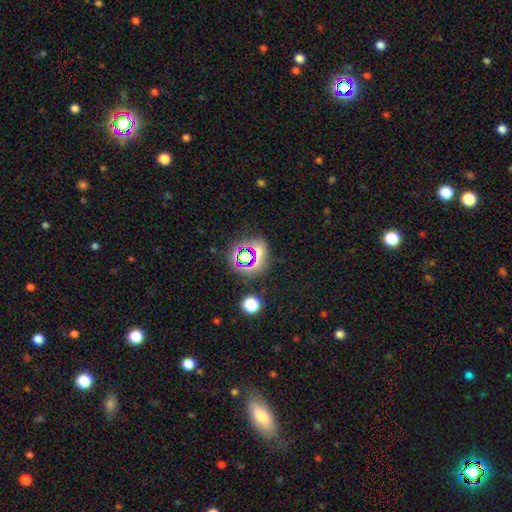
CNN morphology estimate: smooth-or-featured: star or artifact: 56% | smooth: 32% | featured or disk: 12%